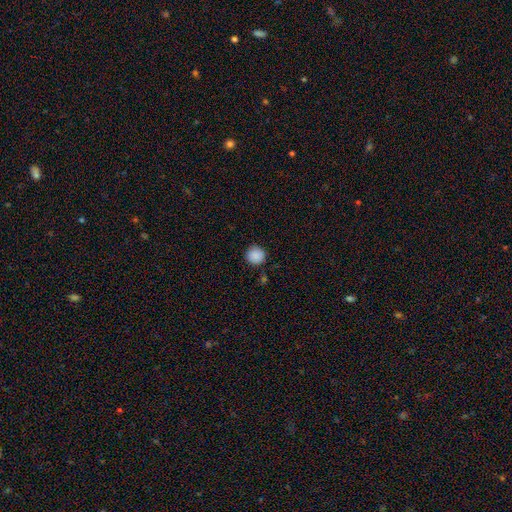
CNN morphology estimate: This appears to be a smooth galaxy with no disk features (88%) that is round (92%). Merging: none (88%).